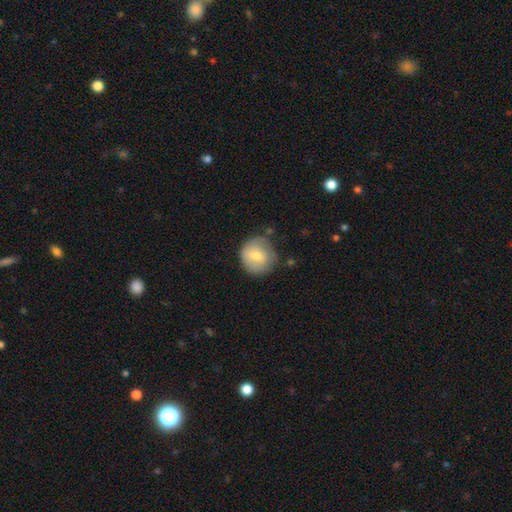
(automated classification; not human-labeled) Q: Smooth or featured?
A: smooth (70%); runner-up: featured or disk (24%)
Q: How rounded?
A: round (89%); runner-up: in between (10%)
Q: Merging?
A: none (65%); runner-up: minor disturbance (24%)